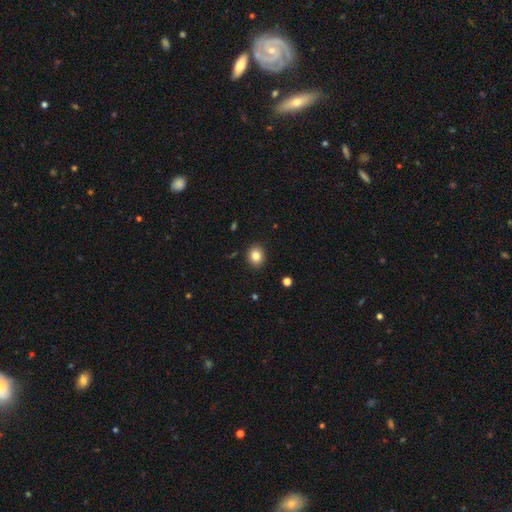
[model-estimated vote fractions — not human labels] Smooth or featured?
  - smooth: 83% *
  - star or artifact: 10%
  - featured or disk: 7%
How rounded?
  - round: 68% *
  - in between: 31%
  - cigar-shaped: 1%
Merging?
  - none: 90% *
  - minor disturbance: 7%
  - major disturbance: 2%
  - merger: 1%